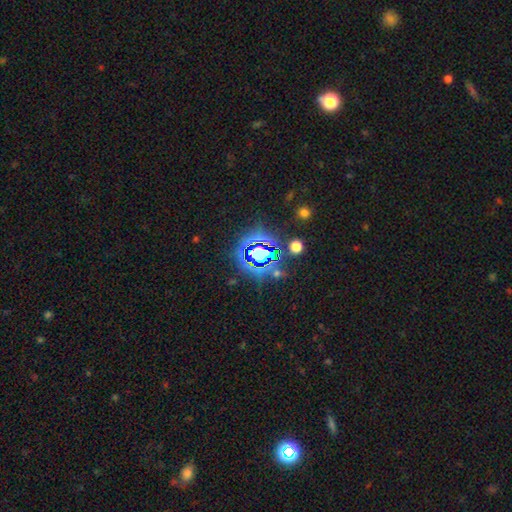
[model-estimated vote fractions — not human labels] smooth_or_featured: star or artifact (p=0.70) [alt: smooth p=0.19]